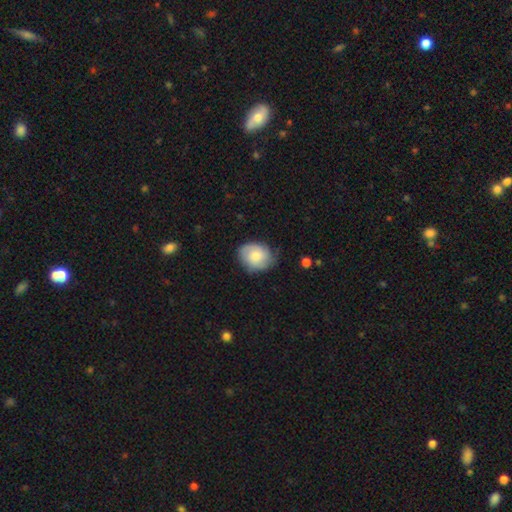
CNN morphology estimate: A smooth galaxy with no disk features (64%) that is round (51%).

Vote fractions:
- Smooth or featured? smooth: 64% / featured or disk: 29% / star or artifact: 7%
- How rounded? round: 51% / in between: 48% / cigar-shaped: 1%
- Merging? none: 70% / minor disturbance: 24% / major disturbance: 5% / merger: 1%